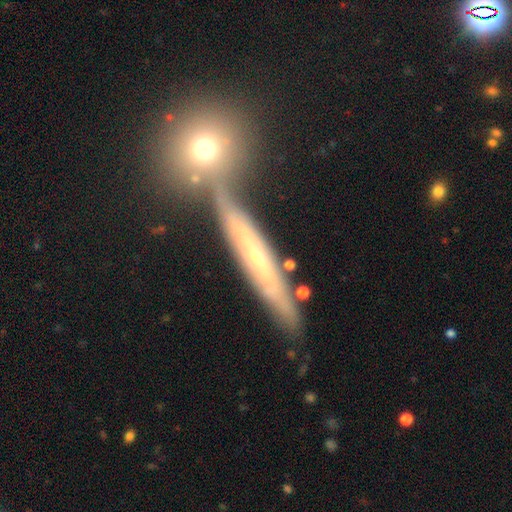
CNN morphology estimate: A featured or disk galaxy (63%) viewed edge-on (73%).

Vote fractions:
- Smooth or featured? featured or disk: 63% / smooth: 29% / star or artifact: 8%
- Edge-on disk? yes: 73% / no: 27%
- Merging? none: 67% / minor disturbance: 15% / merger: 14% / major disturbance: 4%